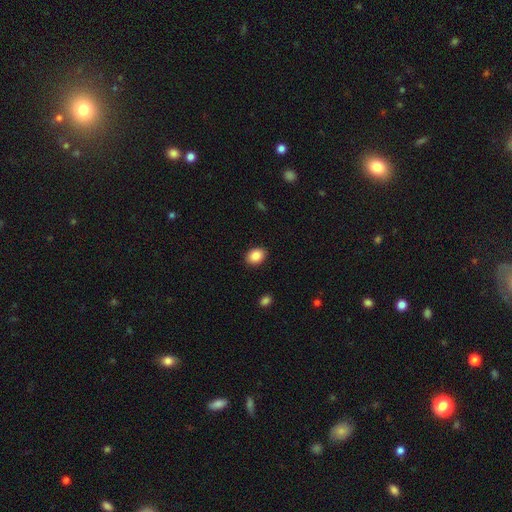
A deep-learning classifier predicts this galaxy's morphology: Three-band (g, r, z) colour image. It shows a smooth galaxy with no disk features (88%) that is in between round and cigar-shaped (64%). Merging: none (90%).